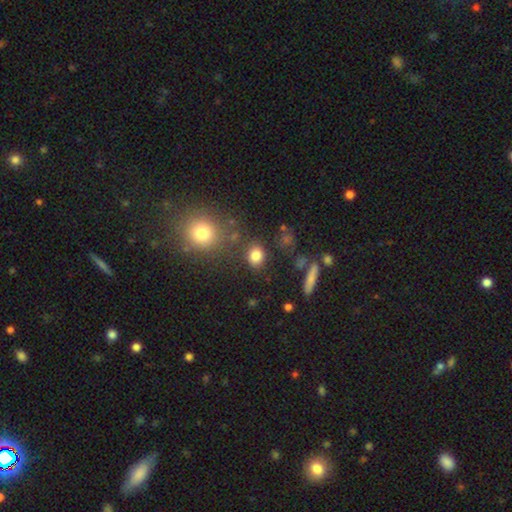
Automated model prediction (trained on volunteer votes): This appears to be a smooth galaxy with no disk features (82%) that is round (57%). Merging: none (79%).